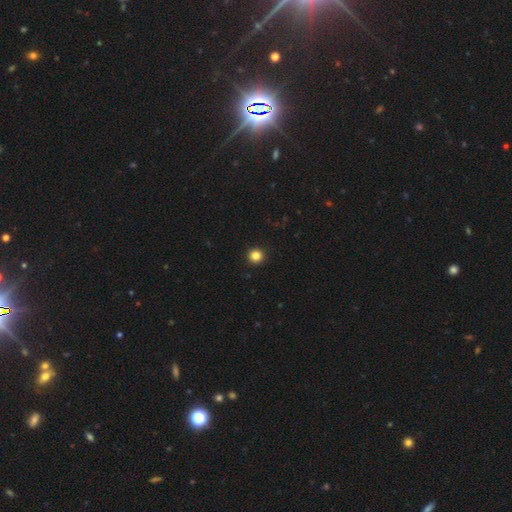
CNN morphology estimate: smooth-or-featured: smooth: 85% | star or artifact: 11% | featured or disk: 4%
  how-rounded: round: 95% | in between: 4% | cigar-shaped: 1%
  merging: none: 94% | minor disturbance: 4% | major disturbance: 1% | merger: 1%